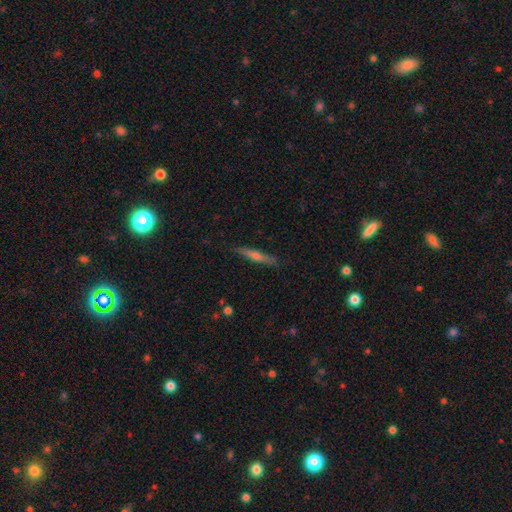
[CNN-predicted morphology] featured or disk 50%, smooth 43%, star or artifact 7%. Down the decision tree: edge-on disk — yes (95%); merging — none (88%).